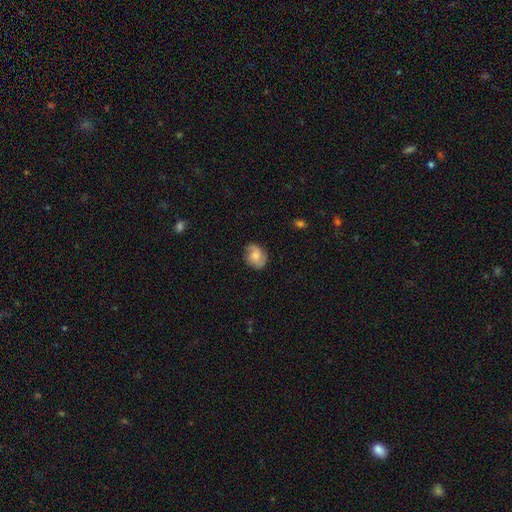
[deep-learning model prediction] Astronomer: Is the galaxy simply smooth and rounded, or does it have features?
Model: smooth — 51% (runner-up: featured or disk, 41%).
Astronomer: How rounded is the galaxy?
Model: in between — 53% (runner-up: round, 46%).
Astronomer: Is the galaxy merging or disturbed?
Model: none — 76%.